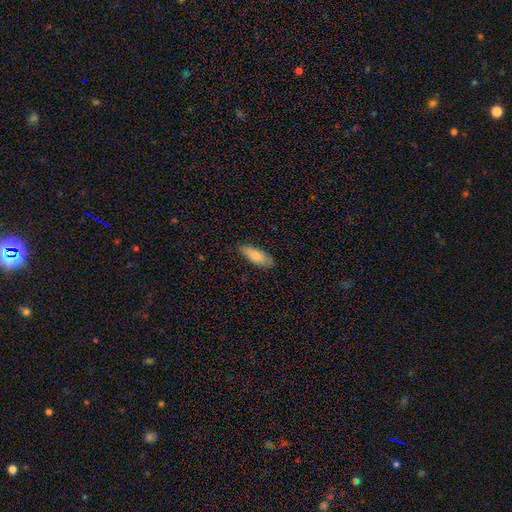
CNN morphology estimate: Smooth or featured?
  - smooth: 83% *
  - featured or disk: 11%
  - star or artifact: 6%
How rounded?
  - in between: 67% *
  - cigar-shaped: 32%
  - round: 2%
Merging?
  - none: 85% *
  - minor disturbance: 12%
  - major disturbance: 2%
  - merger: 1%